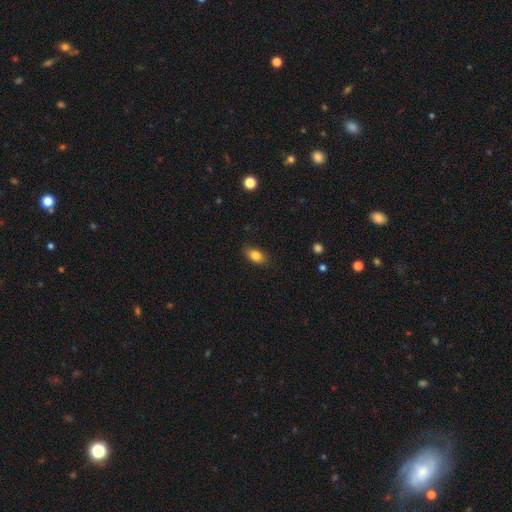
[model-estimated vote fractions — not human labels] Q: Smooth or featured?
A: smooth (82%); runner-up: star or artifact (9%)
Q: How rounded?
A: in between (84%); runner-up: round (12%)
Q: Merging?
A: none (84%); runner-up: minor disturbance (13%)